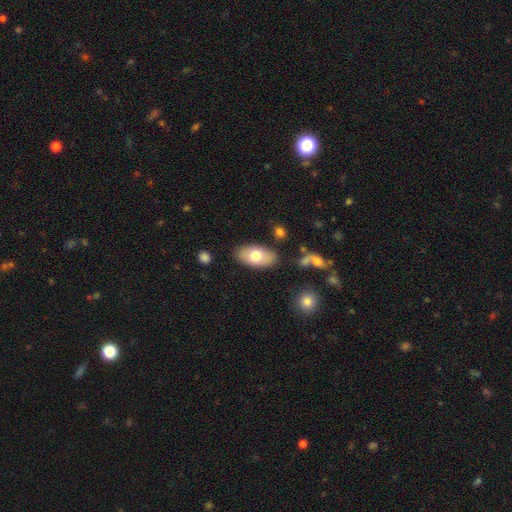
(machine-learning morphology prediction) Smooth or featured?
  - smooth: 71% *
  - featured or disk: 23%
  - star or artifact: 6%
How rounded?
  - in between: 93% *
  - round: 4%
  - cigar-shaped: 2%
Merging?
  - none: 83% *
  - minor disturbance: 11%
  - major disturbance: 3%
  - merger: 3%